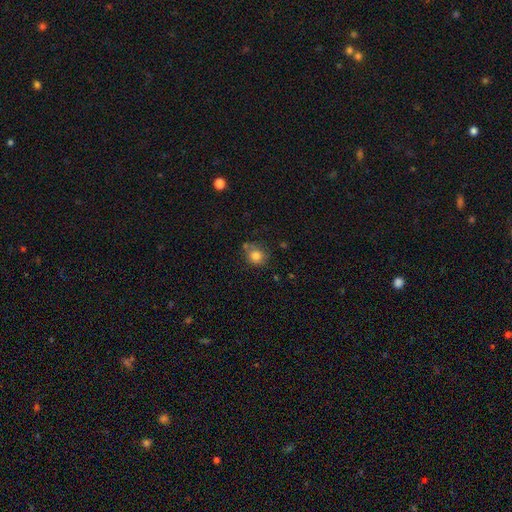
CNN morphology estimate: Smooth or featured? smooth (81%)
How rounded? round (79%)
Merging? none (69%)